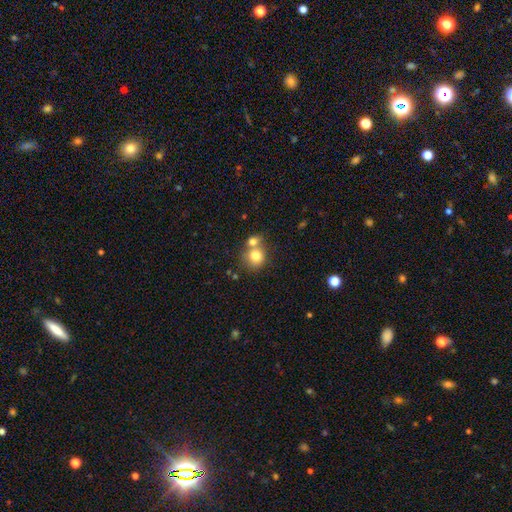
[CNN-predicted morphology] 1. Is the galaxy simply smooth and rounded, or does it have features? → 77% smooth, 13% featured or disk, 10% star or artifact.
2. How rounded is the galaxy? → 79% round, 21% in between, 1% cigar-shaped.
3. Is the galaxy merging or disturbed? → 48% merger, 40% none, 8% minor disturbance, 3% major disturbance.